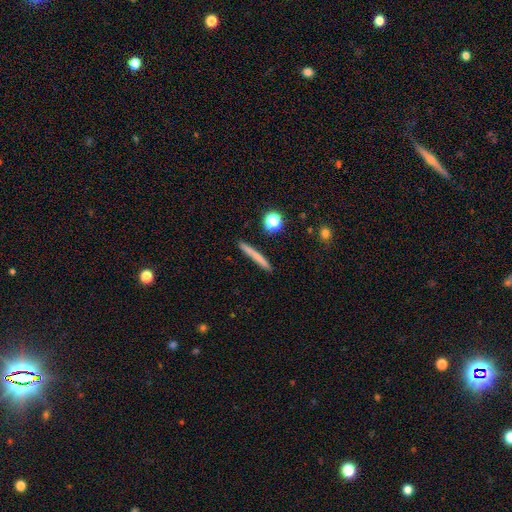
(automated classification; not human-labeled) The model was most divided on "smooth or featured": smooth: 68%, featured or disk: 24%, star or artifact: 8%. More confident: how rounded — cigar-shaped (95%); merging — none (89%).